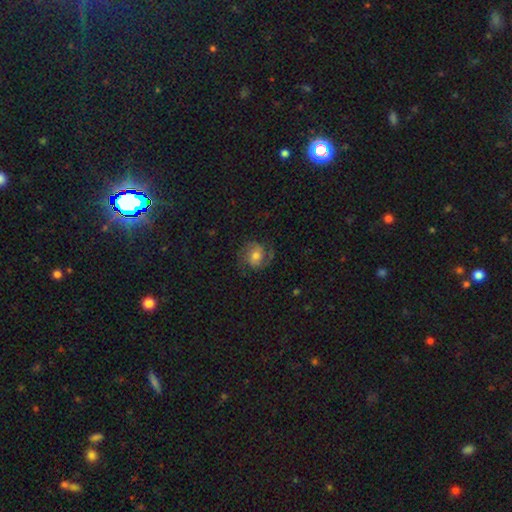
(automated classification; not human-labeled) The model was most divided on "spiral winding": medium: 51%, tight: 27%, loose: 22%. More confident: edge-on disk — no (98%); spiral arms — yes (92%); spiral arm count — 2 (86%); merging — none (73%); smooth or featured — featured or disk (67%); bulge size — moderate (63%); bar — no (60%).